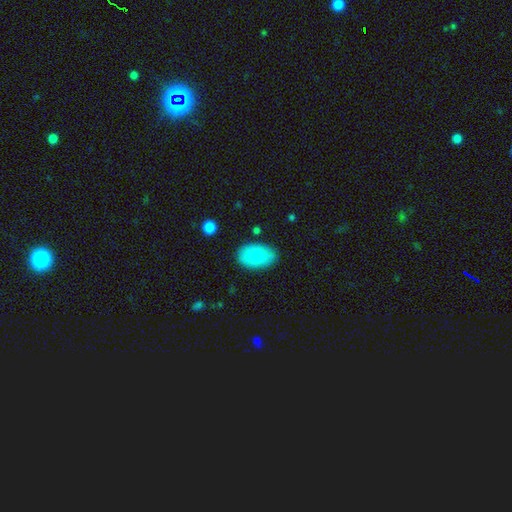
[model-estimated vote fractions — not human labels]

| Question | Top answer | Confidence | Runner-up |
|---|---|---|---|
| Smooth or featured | smooth | 88% | featured or disk (6%) |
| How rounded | in between | 93% | round (6%) |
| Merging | none | 83% | minor disturbance (13%) |